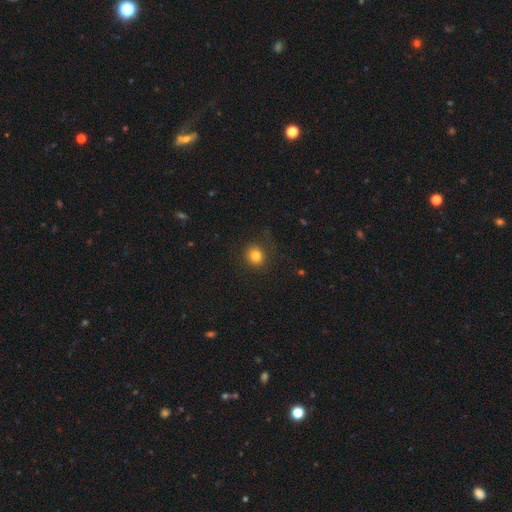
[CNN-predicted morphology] This appears to be a smooth galaxy with no disk features (81%) that is round (85%). Merging: none (85%).